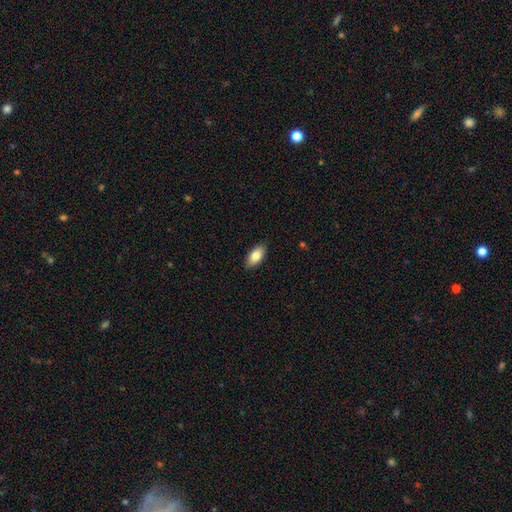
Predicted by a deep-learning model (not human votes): A smooth galaxy with no disk features (83%) that is in between round and cigar-shaped (91%).

Vote fractions:
- Smooth or featured? smooth: 83% / featured or disk: 10% / star or artifact: 7%
- How rounded? in between: 91% / cigar-shaped: 6% / round: 3%
- Merging? none: 88% / minor disturbance: 9% / major disturbance: 2% / merger: 1%